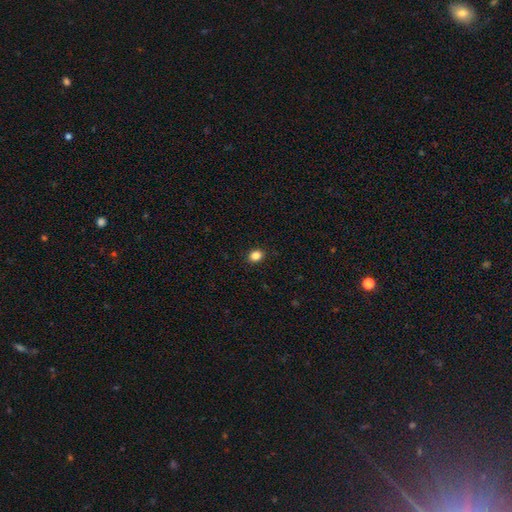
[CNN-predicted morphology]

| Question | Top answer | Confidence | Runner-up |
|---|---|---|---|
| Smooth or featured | smooth | 85% | star or artifact (11%) |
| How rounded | round | 53% | in between (46%) |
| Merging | none | 91% | minor disturbance (6%) |